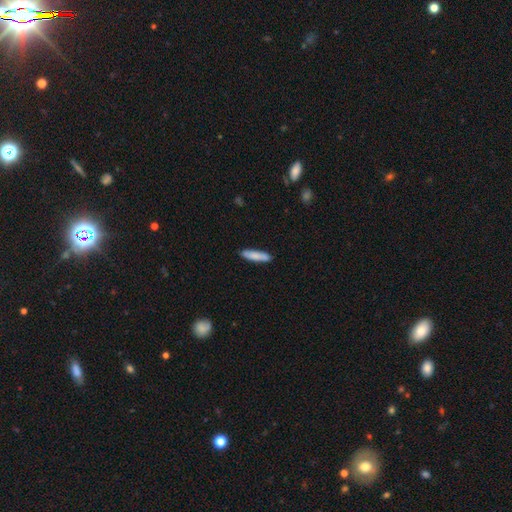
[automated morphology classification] Q: Smooth or featured?
A: smooth (82%); runner-up: featured or disk (13%)
Q: How rounded?
A: cigar-shaped (80%); runner-up: in between (18%)
Q: Merging?
A: none (87%); runner-up: minor disturbance (10%)